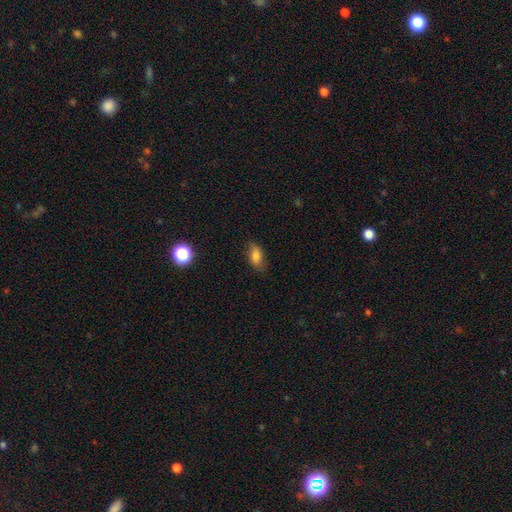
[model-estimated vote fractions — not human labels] Q: Smooth or featured?
A: smooth (79%); runner-up: featured or disk (11%)
Q: How rounded?
A: in between (87%); runner-up: round (7%)
Q: Merging?
A: none (78%); runner-up: minor disturbance (17%)